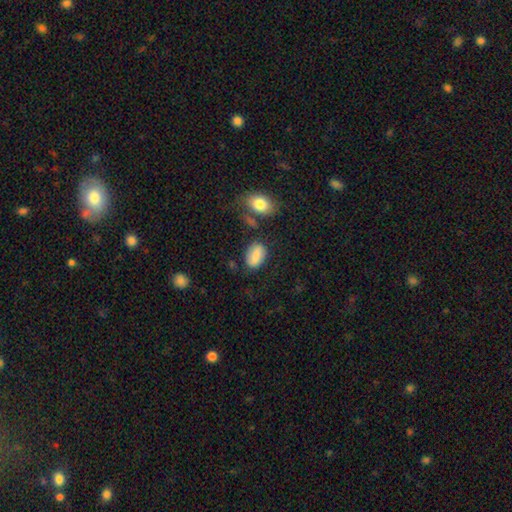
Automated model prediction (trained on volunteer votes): smooth 75%, featured or disk 17%, star or artifact 8%. Down the decision tree: how rounded — in between (87%); merging — none (72%).